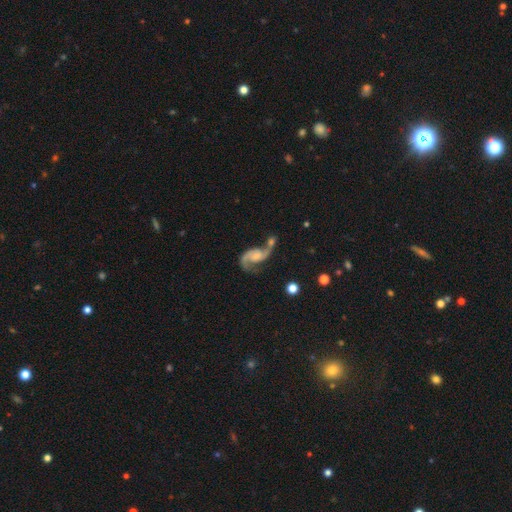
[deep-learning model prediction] Overall: featured or disk (89%). Edge-on disk: no (98%). Bar: no (60%; weak 32%). Spiral arms: yes (97%). Spiral arm count: 2 (91%). Spiral winding: loose (54%; medium 37%). Bulge size: small (50%; moderate 36%). Merging: merger (37%; none 34%).